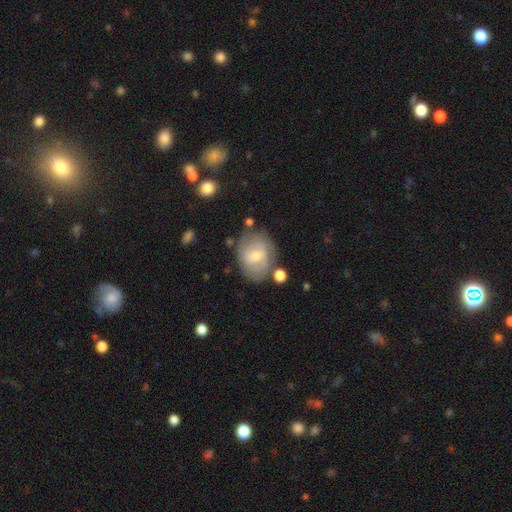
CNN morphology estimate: A featured or disk galaxy (56%) with a weak bar (54%), spiral arms (75%) and a moderate central bulge (47%, tied with small). Merging: none (68%).